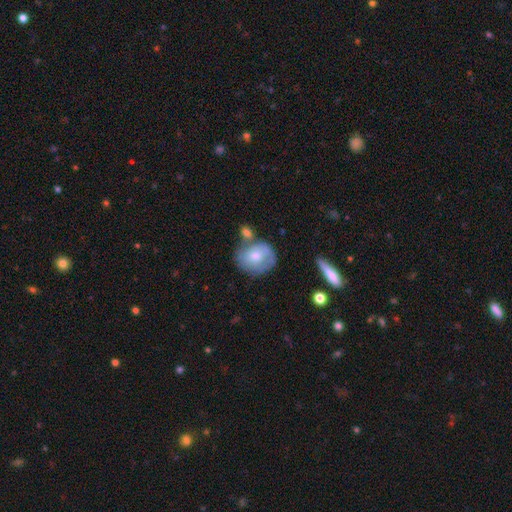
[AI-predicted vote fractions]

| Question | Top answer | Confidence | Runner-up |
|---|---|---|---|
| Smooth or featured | smooth | 57% | featured or disk (37%) |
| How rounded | round | 62% | in between (37%) |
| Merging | none | 50% | minor disturbance (23%) |